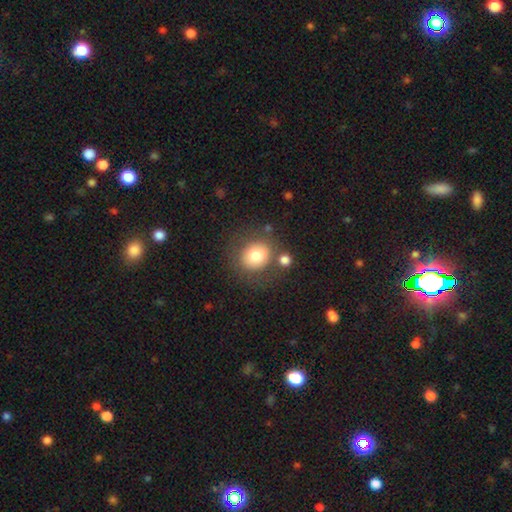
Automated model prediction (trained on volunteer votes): smooth-or-featured: smooth: 76% | featured or disk: 14% | star or artifact: 10%
  how-rounded: round: 83% | in between: 16% | cigar-shaped: 1%
  merging: none: 69% | minor disturbance: 14% | merger: 9% | major disturbance: 8%